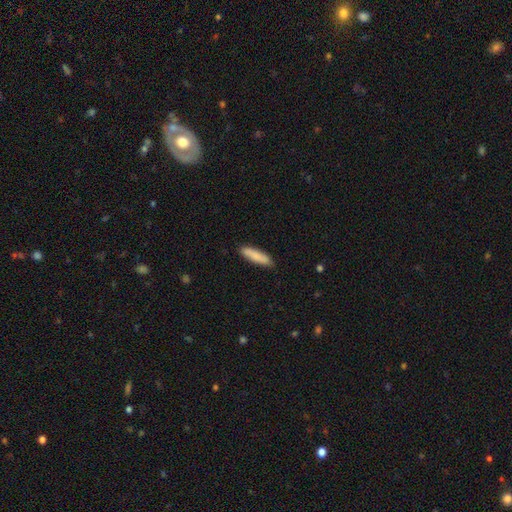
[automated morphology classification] Q: Smooth or featured?
A: smooth (83%); runner-up: featured or disk (11%)
Q: How rounded?
A: cigar-shaped (74%); runner-up: in between (24%)
Q: Merging?
A: none (86%); runner-up: minor disturbance (11%)